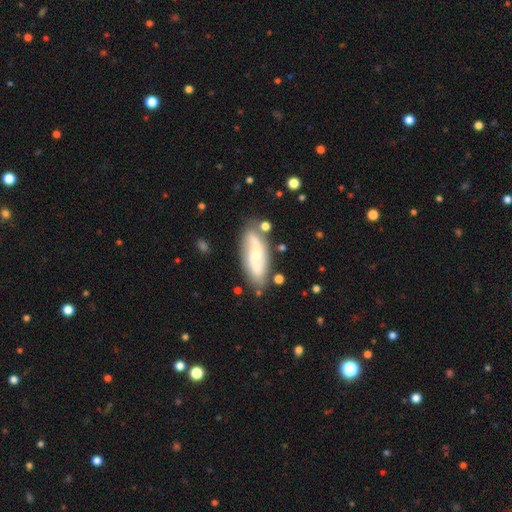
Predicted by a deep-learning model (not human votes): Overall: featured or disk (64%; smooth 29%). Edge-on disk: no (87%). Bar: no (63%; weak 29%). Spiral arms: yes (86%). Bulge size: small (64%; moderate 30%). Merging: none (74%).